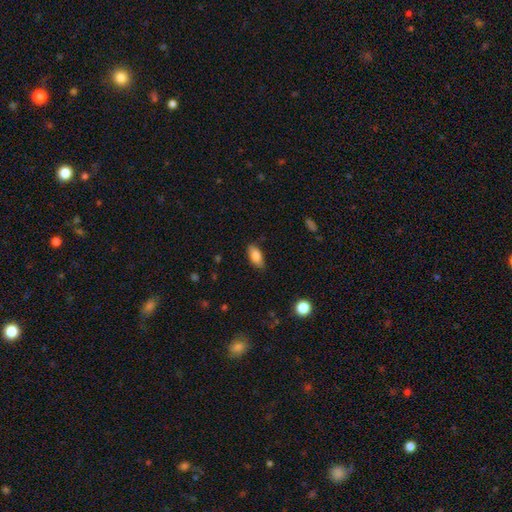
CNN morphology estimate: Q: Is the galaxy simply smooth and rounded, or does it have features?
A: smooth — 83%.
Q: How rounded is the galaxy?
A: in between — 88%.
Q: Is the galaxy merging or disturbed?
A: none — 82%.